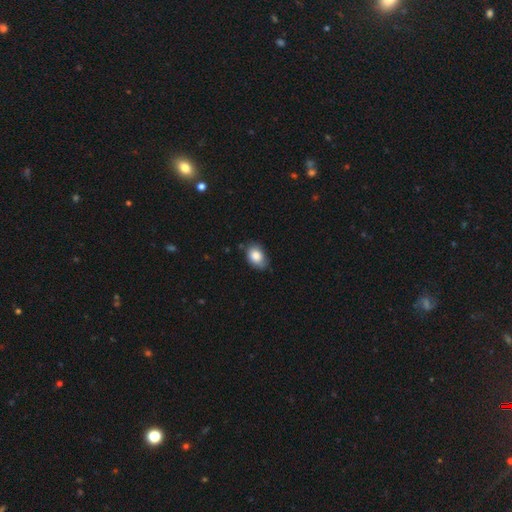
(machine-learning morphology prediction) Smooth or featured?
  - smooth: 84% *
  - featured or disk: 9%
  - star or artifact: 8%
How rounded?
  - in between: 80% *
  - round: 19%
  - cigar-shaped: 1%
Merging?
  - none: 67% *
  - minor disturbance: 27%
  - major disturbance: 4%
  - merger: 2%